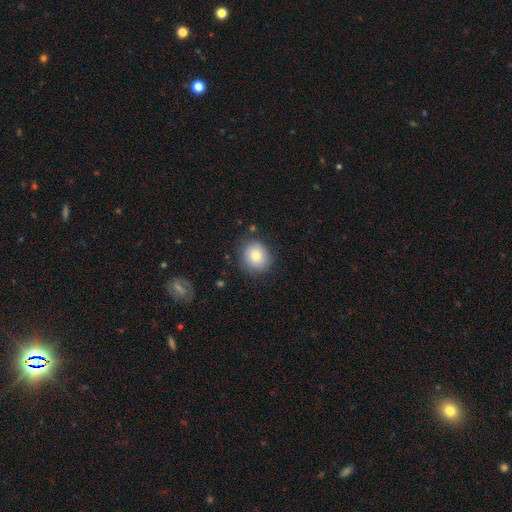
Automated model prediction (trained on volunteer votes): Overall: smooth (82%). How rounded: round (82%). Merging: none (82%).